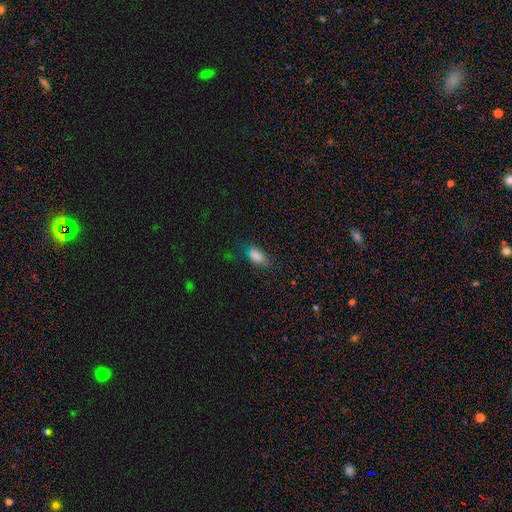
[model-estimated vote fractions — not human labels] This appears to be a smooth galaxy with no disk features (79%) that is in between round and cigar-shaped (87%). Merging: none (61%).